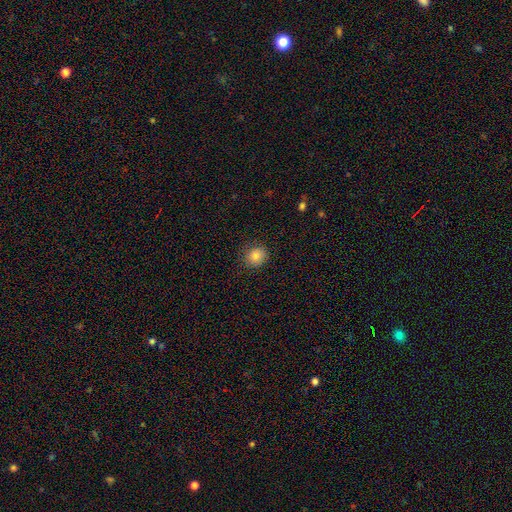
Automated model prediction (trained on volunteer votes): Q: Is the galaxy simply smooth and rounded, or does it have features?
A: smooth — 83%.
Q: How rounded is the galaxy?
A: round — 85%.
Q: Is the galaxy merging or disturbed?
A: none — 87%.